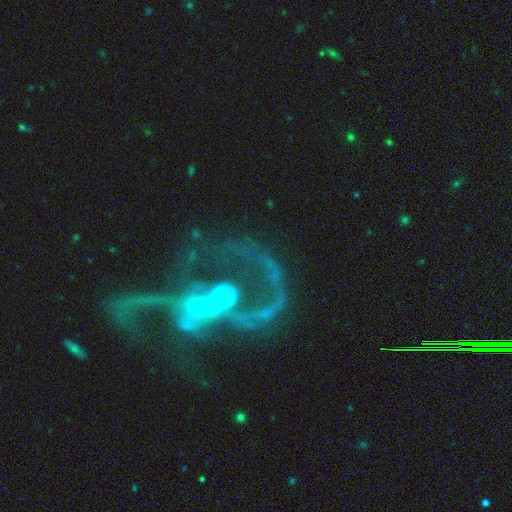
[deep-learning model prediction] Smooth or featured? Predicted: featured or disk (p=0.79). Edge-on disk? Predicted: no (p=0.97). Bar? Predicted: no (p=0.72). Spiral arms? Predicted: yes (p=0.66). Bulge size? Predicted: small (p=0.44). Merging? Predicted: merger (p=0.57).